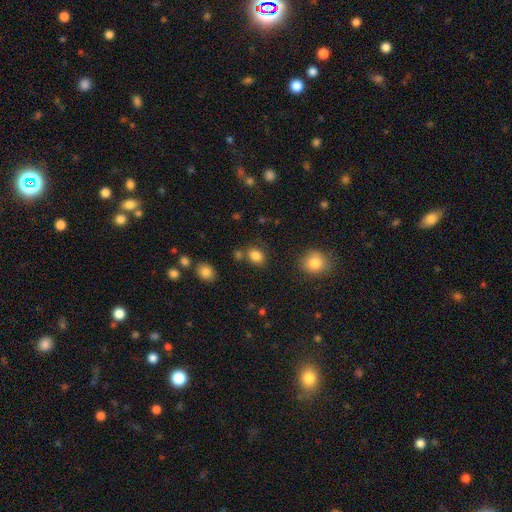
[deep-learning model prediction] This is clearly a smooth galaxy (84%). How rounded: possibly in between (58%). Merging: likely none (73%).